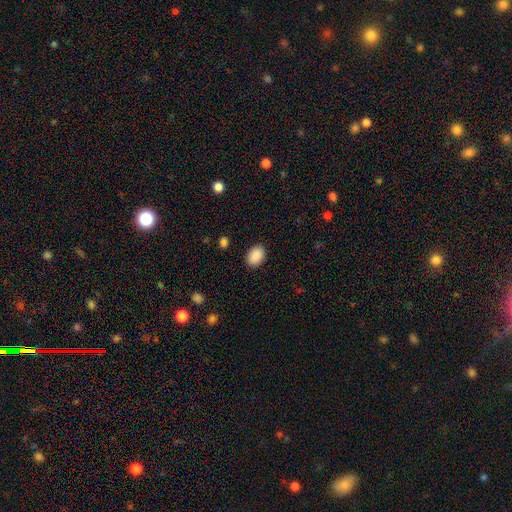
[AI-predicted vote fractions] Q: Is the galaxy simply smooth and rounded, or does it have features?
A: smooth — 90%.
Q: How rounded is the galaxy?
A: in between — 81%.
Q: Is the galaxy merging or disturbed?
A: none — 88%.